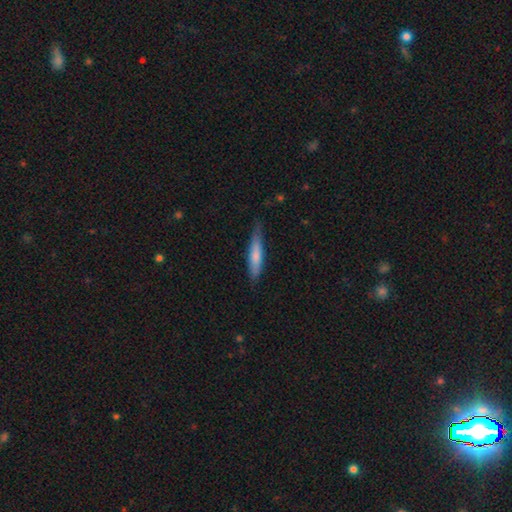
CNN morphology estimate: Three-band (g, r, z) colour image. It shows a smooth galaxy with no disk features (69%) that is cigar-shaped (87%). Merging: none (73%).